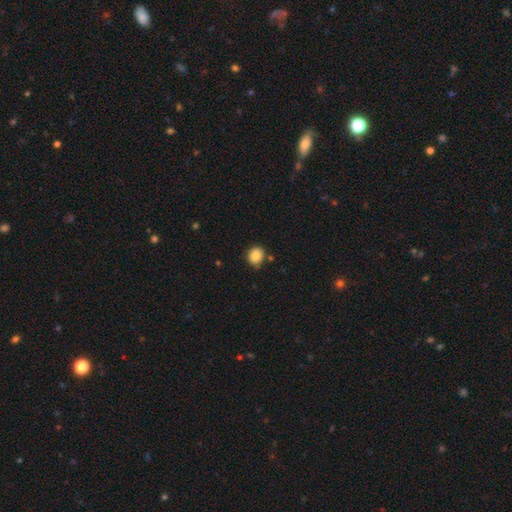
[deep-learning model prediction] Q: Smooth or featured?
A: smooth (86%); runner-up: star or artifact (9%)
Q: How rounded?
A: round (81%); runner-up: in between (18%)
Q: Merging?
A: none (79%); runner-up: minor disturbance (14%)